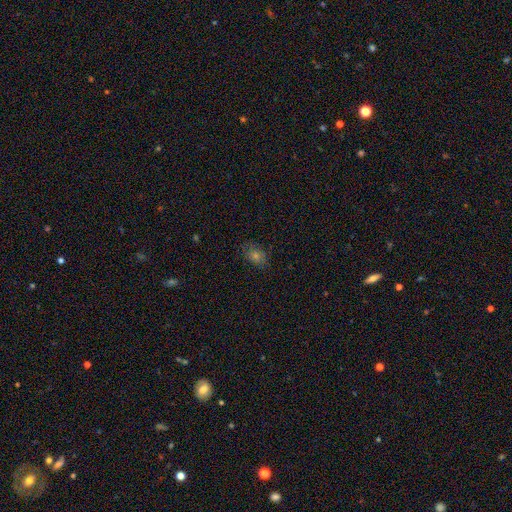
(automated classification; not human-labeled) Smooth or featured: smooth — 58% (star or artifact — 25%)
How rounded: in between — 65% (round — 33%)
Merging: none — 81% (minor disturbance — 14%)